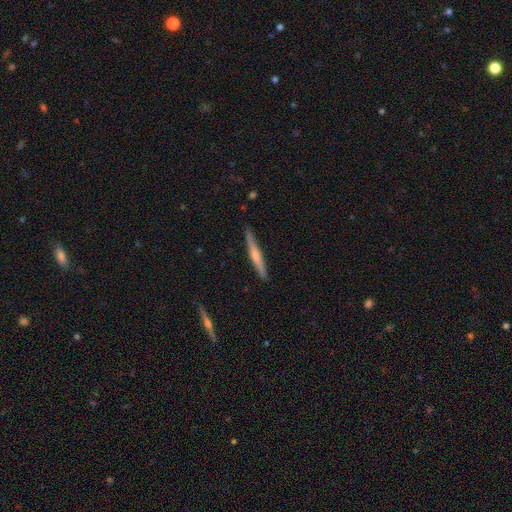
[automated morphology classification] A featured or disk galaxy (52%) viewed edge-on (97%). Merging: none (89%).